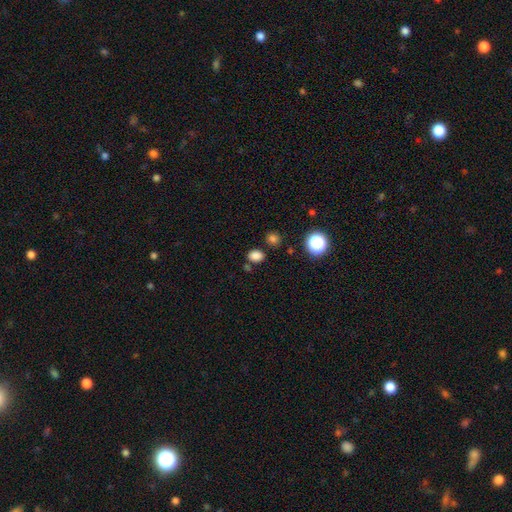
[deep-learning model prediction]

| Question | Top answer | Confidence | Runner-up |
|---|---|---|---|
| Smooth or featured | smooth | 81% | star or artifact (15%) |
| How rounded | in between | 63% | round (36%) |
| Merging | none | 78% | minor disturbance (11%) |